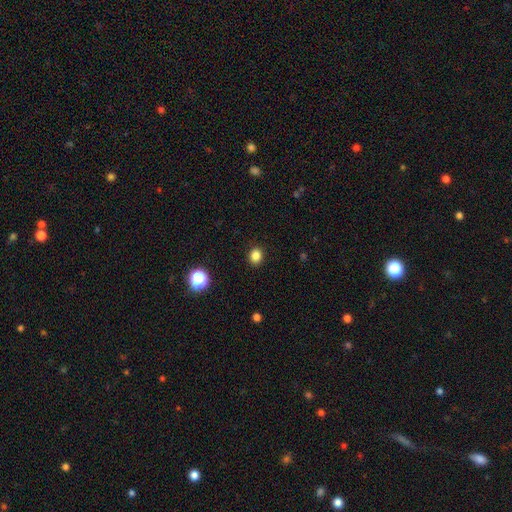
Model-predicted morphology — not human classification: smooth-or-featured: smooth: 84% | star or artifact: 13% | featured or disk: 4%
  how-rounded: round: 66% | in between: 33% | cigar-shaped: 1%
  merging: none: 91% | minor disturbance: 6% | major disturbance: 2% | merger: 1%